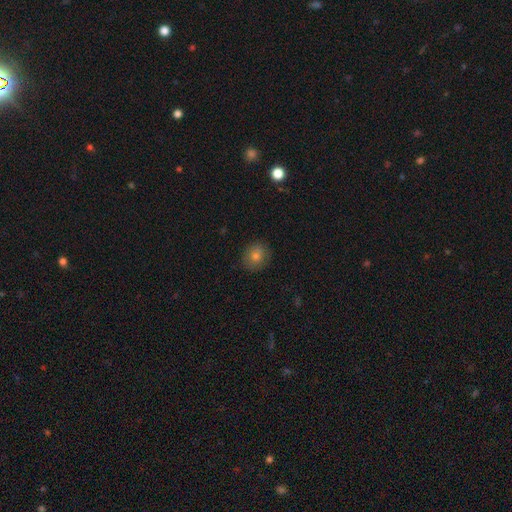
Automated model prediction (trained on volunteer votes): smooth 77%, star or artifact 12%, featured or disk 11%. Down the decision tree: how rounded — round (74%); merging — none (86%).